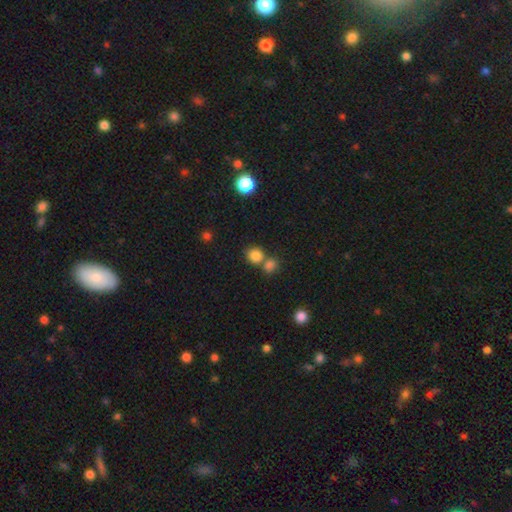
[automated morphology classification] smooth 82%, star or artifact 13%, featured or disk 6%. Down the decision tree: how rounded — round (82%); merging — none (54%).